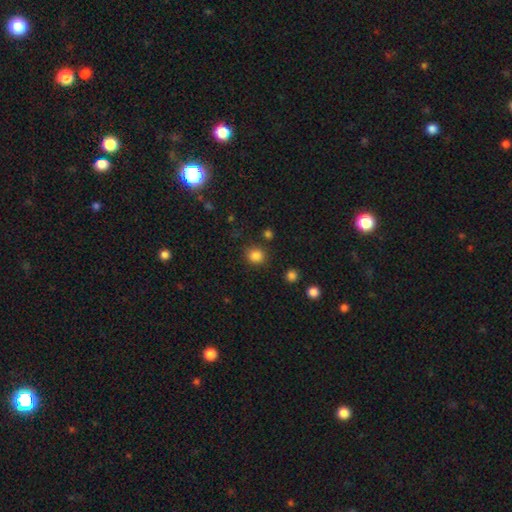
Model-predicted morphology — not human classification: This is clearly a smooth galaxy (84%). How rounded: clearly round (86%). Merging: clearly none (85%).